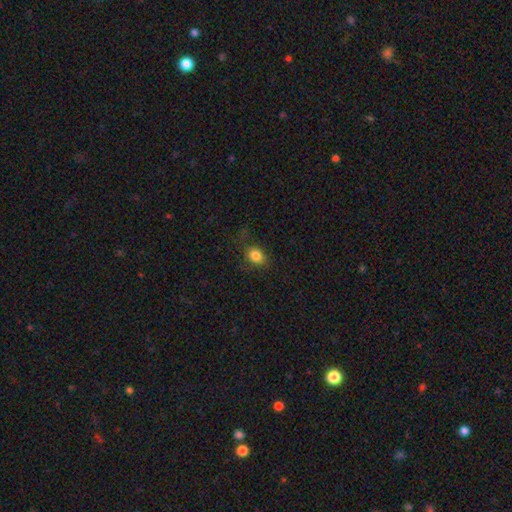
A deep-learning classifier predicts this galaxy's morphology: Overall: smooth (83%). How rounded: in between (61%; round 38%). Merging: none (75%).